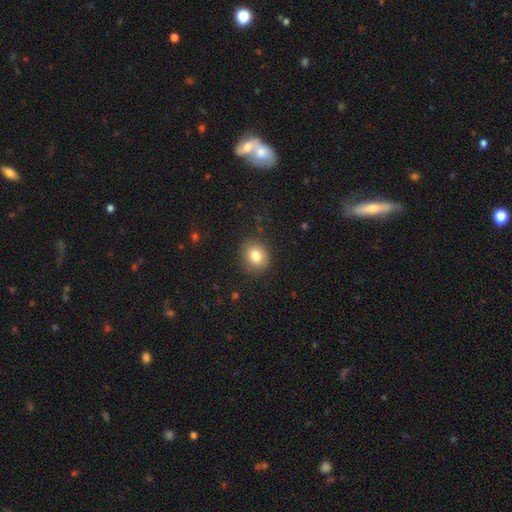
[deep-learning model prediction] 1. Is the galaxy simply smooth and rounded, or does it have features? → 81% smooth, 10% star or artifact, 9% featured or disk.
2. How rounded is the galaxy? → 73% round, 26% in between, 1% cigar-shaped.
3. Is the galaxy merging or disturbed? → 87% none, 9% minor disturbance, 3% major disturbance, 1% merger.